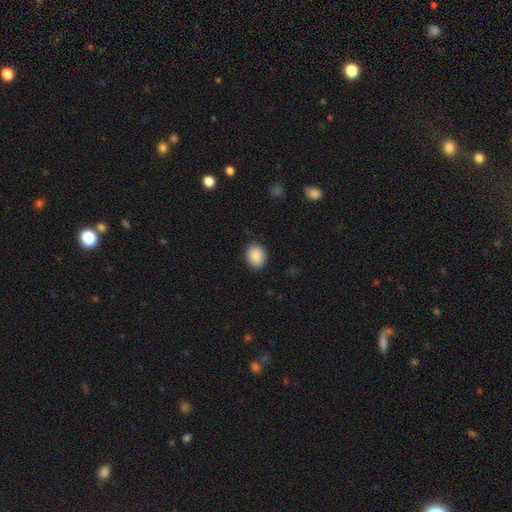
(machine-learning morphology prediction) A smooth galaxy with no disk features (88%) that is in between round and cigar-shaped (55%).

Vote fractions:
- Smooth or featured? smooth: 88% / star or artifact: 7% / featured or disk: 5%
- How rounded? in between: 55% / round: 44% / cigar-shaped: 1%
- Merging? none: 88% / minor disturbance: 9% / major disturbance: 2% / merger: 1%